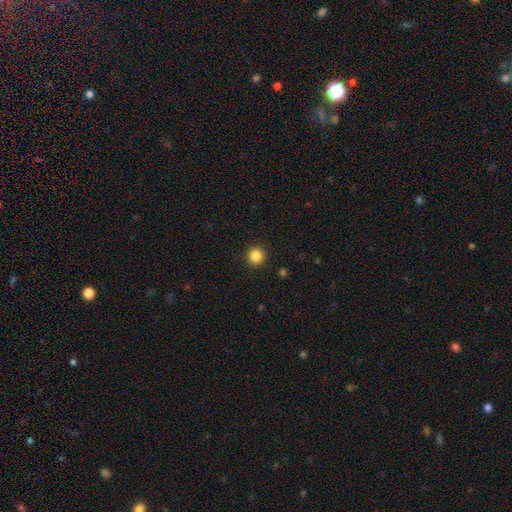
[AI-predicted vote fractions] The model was most divided on "smooth or featured": smooth: 85%, star or artifact: 11%, featured or disk: 4%. More confident: how rounded — round (95%); merging — none (93%).